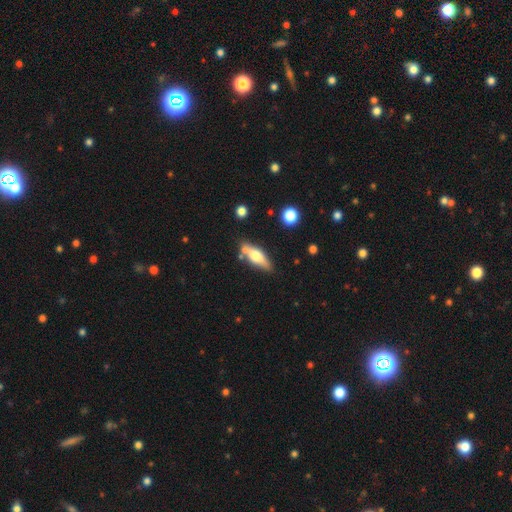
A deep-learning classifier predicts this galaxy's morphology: Q: Smooth or featured?
A: smooth (57%); runner-up: featured or disk (37%)
Q: How rounded?
A: in between (58%); runner-up: cigar-shaped (39%)
Q: Merging?
A: none (67%); runner-up: minor disturbance (16%)